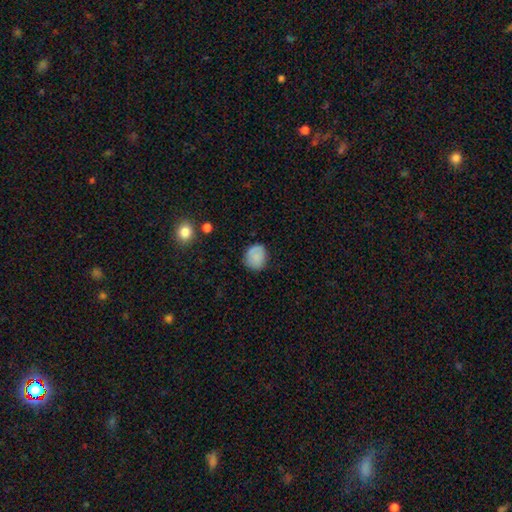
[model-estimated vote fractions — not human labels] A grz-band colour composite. It shows a smooth galaxy with no disk features (83%) that is round (77%). Merging: none (79%).